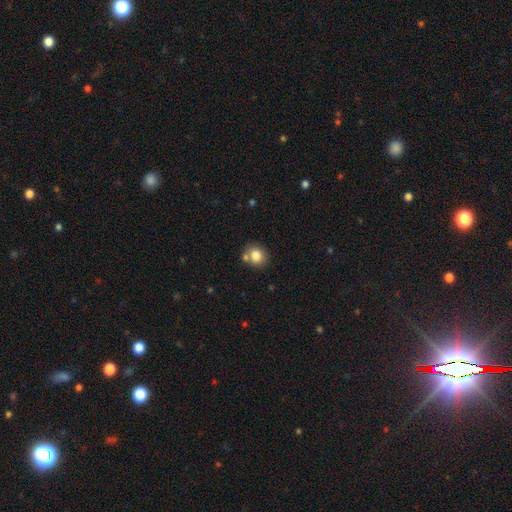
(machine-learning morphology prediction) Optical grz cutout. It shows a smooth galaxy with no disk features (80%) that is round (72%). Merging: none (68%).